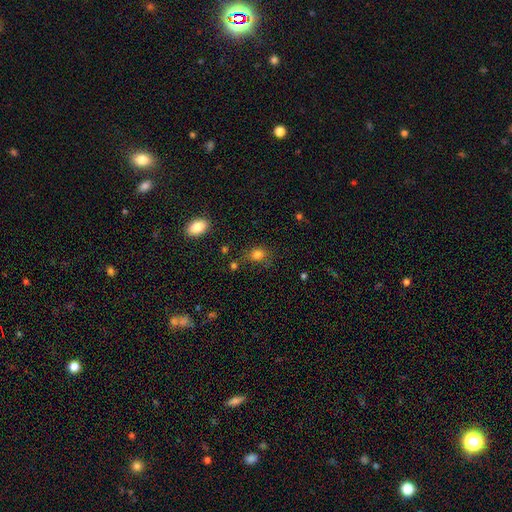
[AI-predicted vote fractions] Smooth or featured?
  - smooth: 77% *
  - star or artifact: 16%
  - featured or disk: 8%
How rounded?
  - round: 56% *
  - in between: 43%
  - cigar-shaped: 1%
Merging?
  - none: 70% *
  - minor disturbance: 18%
  - major disturbance: 7%
  - merger: 5%